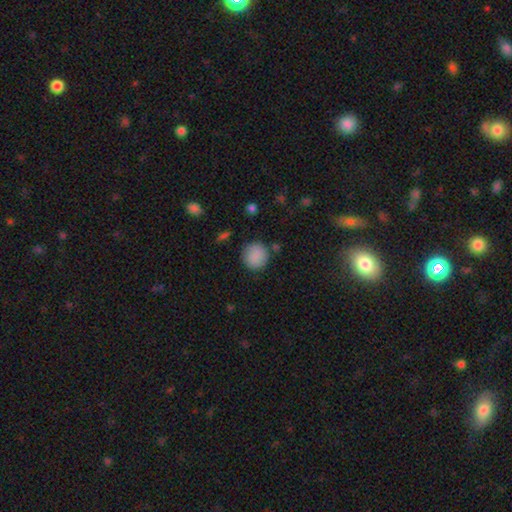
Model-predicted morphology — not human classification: Overall: smooth (87%). How rounded: round (89%). Merging: none (83%).